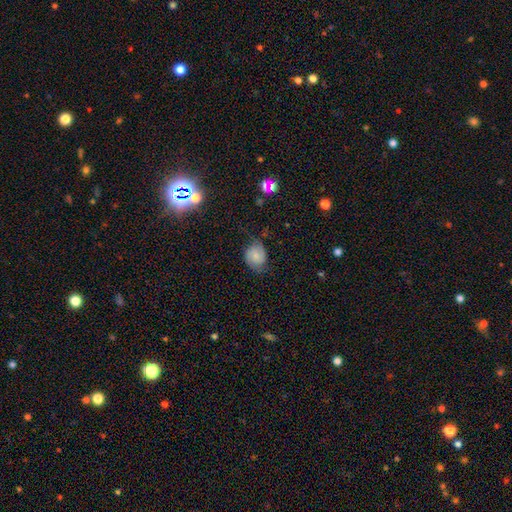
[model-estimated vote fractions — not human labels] Morphology: type=smooth (51%); roundness=round (61%); merging=none (58%).